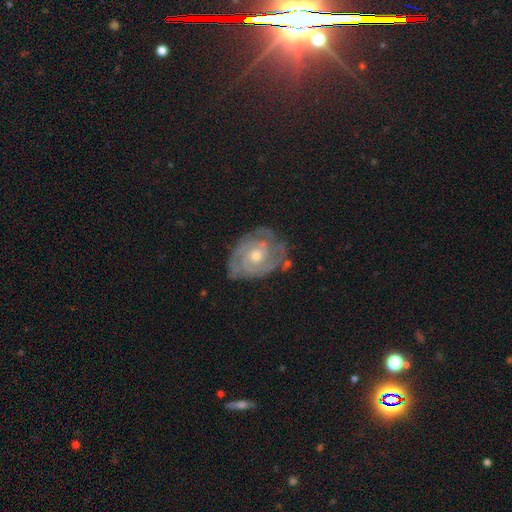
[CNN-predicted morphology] This appears to be a featured or disk galaxy (86%) with no bar (73%), 2 (37%) tight (73%) spiral arms (95%) and a moderate central bulge (56%). Merging: none (73%).